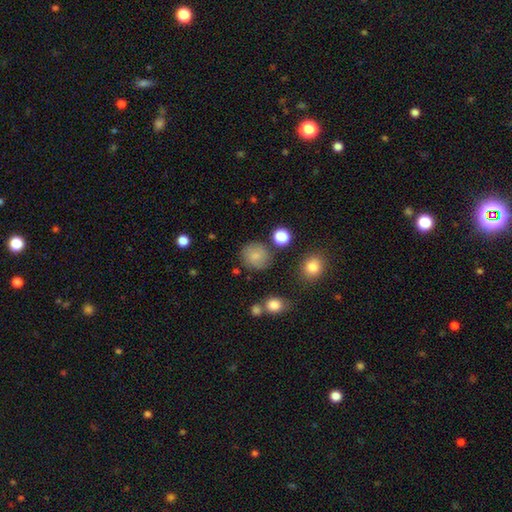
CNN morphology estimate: Overall: smooth (81%). How rounded: round (86%). Merging: none (81%).